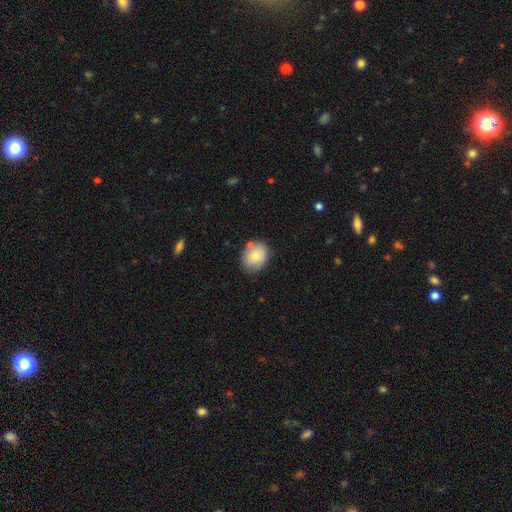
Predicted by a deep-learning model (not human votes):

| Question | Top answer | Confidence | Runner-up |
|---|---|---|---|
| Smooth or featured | smooth | 75% | featured or disk (16%) |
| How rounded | round | 51% | in between (48%) |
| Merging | none | 71% | minor disturbance (17%) |